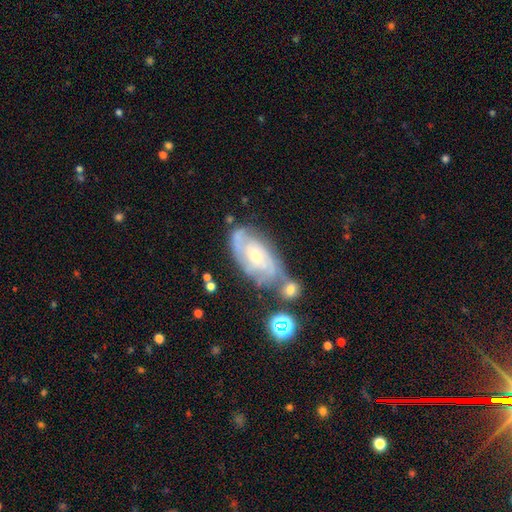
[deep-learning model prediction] This appears to be a featured or disk galaxy (80%) with no bar (56%), 2 (40%) tight (58%) spiral arms (93%) and a moderate central bulge (55%). Merging: none (53%).